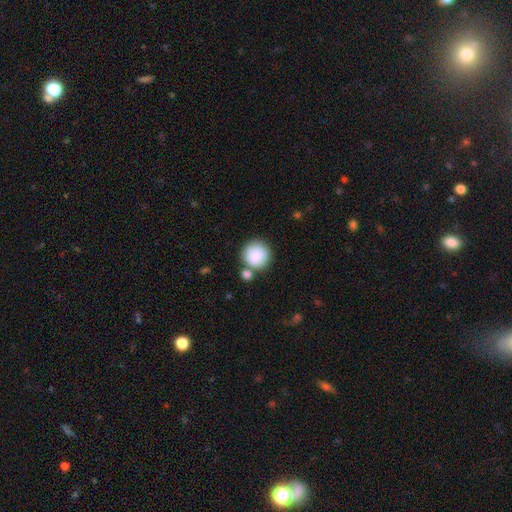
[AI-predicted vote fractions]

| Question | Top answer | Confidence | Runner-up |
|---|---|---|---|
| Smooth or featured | smooth | 87% | star or artifact (8%) |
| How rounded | round | 93% | in between (6%) |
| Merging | none | 67% | merger (17%) |